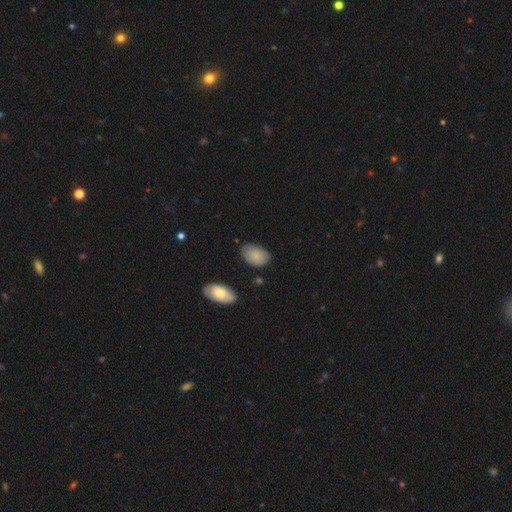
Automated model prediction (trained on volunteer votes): A smooth galaxy with no disk features (84%) that is in between round and cigar-shaped (88%). Merging: none (72%).